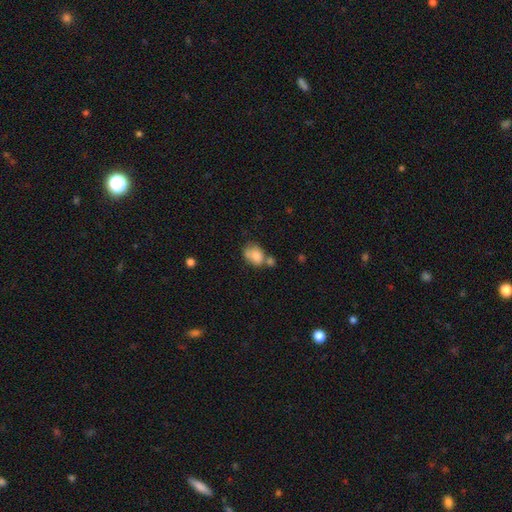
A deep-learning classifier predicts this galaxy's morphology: Smooth or featured? Predicted: smooth (p=0.74). How rounded? Predicted: in between (p=0.59). Merging? Predicted: merger (p=0.38).